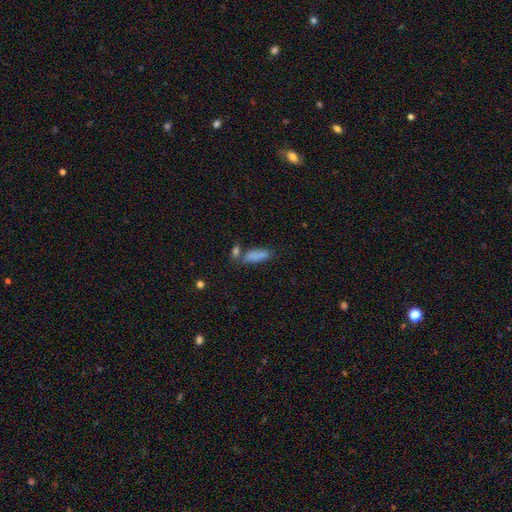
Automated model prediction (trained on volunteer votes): This is clearly a smooth galaxy (82%). How rounded: possibly in between (60%). Merging: possibly none (52%).